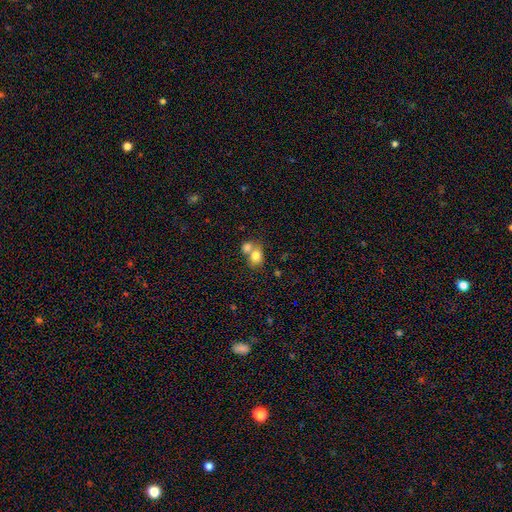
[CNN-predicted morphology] smooth_or_featured: smooth (p=0.77) [alt: featured or disk p=0.14]
how_rounded: round (p=0.58) [alt: in between p=0.41]
merging: merger (p=0.57) [alt: none p=0.31]